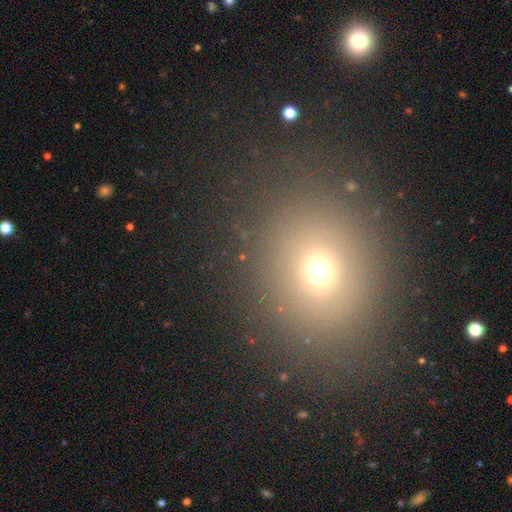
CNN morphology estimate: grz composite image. It shows a smooth galaxy with no disk features (65%) that is round (65%). Merging: none (87%).